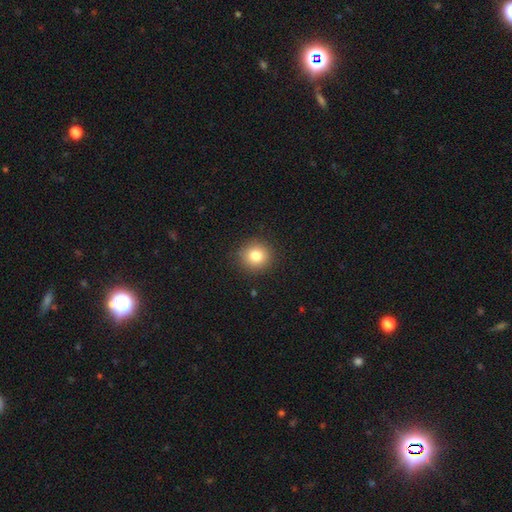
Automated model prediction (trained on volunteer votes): Smooth or featured?
  - smooth: 81% *
  - star or artifact: 11%
  - featured or disk: 8%
How rounded?
  - round: 91% *
  - in between: 8%
  - cigar-shaped: 1%
Merging?
  - none: 90% *
  - minor disturbance: 7%
  - major disturbance: 2%
  - merger: 1%